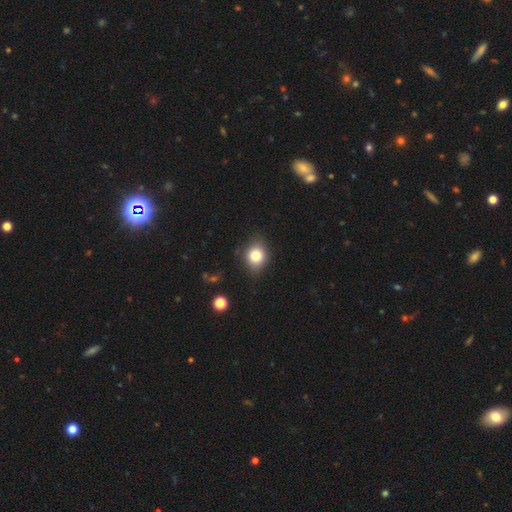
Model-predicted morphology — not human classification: type=smooth (80%); roundness=round (56%); merging=none (78%).